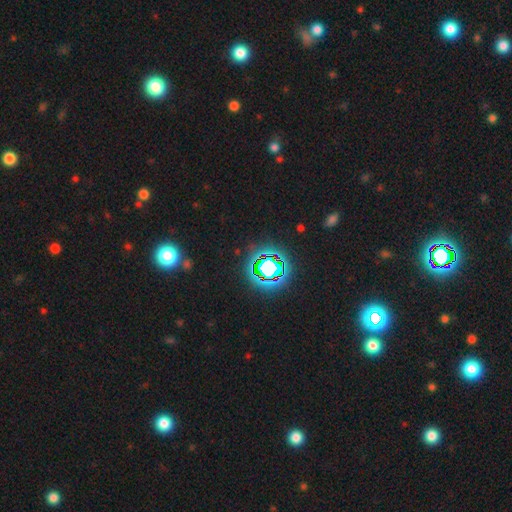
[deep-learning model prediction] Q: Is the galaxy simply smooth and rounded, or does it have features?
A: star or artifact — 78%.